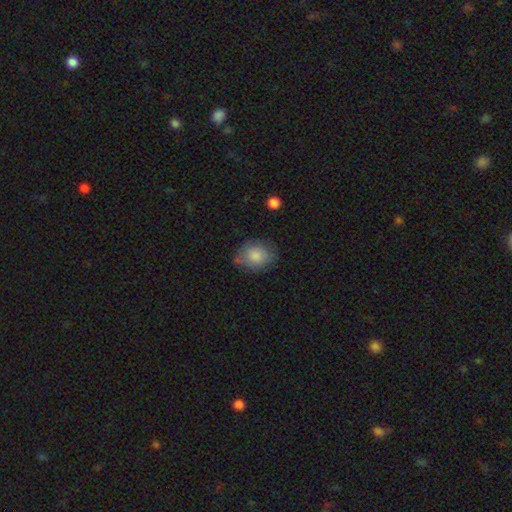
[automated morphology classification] This appears to be a smooth galaxy with no disk features (82%) that is round (55%). Merging: none (64%).